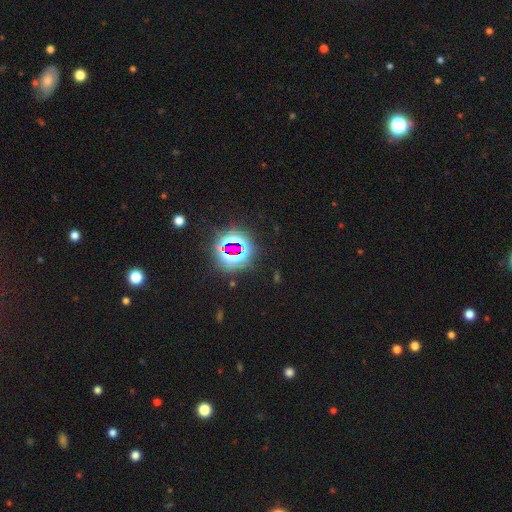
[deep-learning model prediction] star or artifact 83%, smooth 10%, featured or disk 7%.